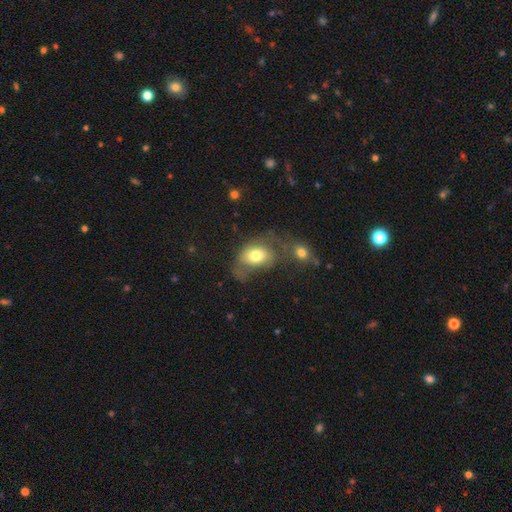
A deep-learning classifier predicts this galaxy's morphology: Q: Smooth or featured?
A: smooth (72%); runner-up: featured or disk (20%)
Q: How rounded?
A: in between (75%); runner-up: round (24%)
Q: Merging?
A: major disturbance (28%); runner-up: none (26%)